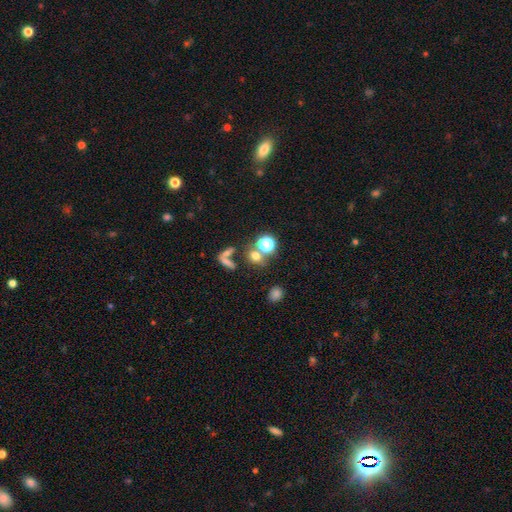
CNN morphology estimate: Smooth or featured? smooth (62%)
How rounded? round (70%)
Merging? none (55%)